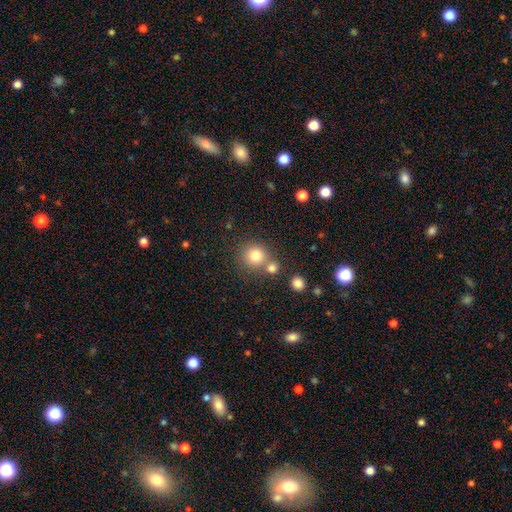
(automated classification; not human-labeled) Morphology: type=smooth (80%); roundness=round (91%); merging=none (66%).